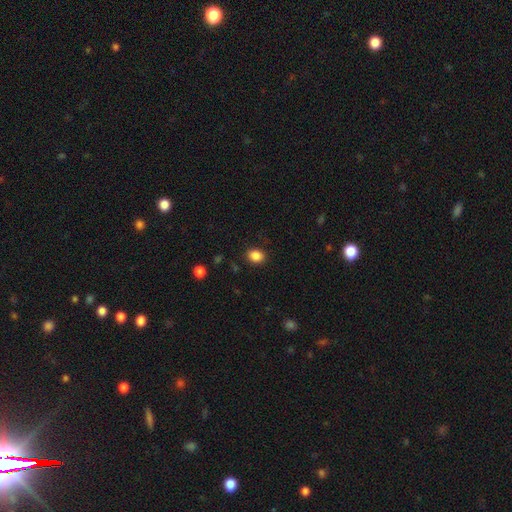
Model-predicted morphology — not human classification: Smooth or featured? smooth (87%)
How rounded? in between (53%)
Merging? none (87%)